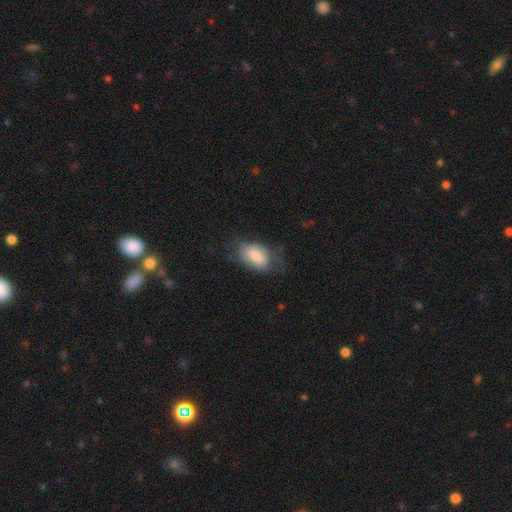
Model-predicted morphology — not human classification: Q: Smooth or featured?
A: smooth (60%); runner-up: featured or disk (32%)
Q: How rounded?
A: in between (90%); runner-up: round (7%)
Q: Merging?
A: none (48%); runner-up: minor disturbance (29%)